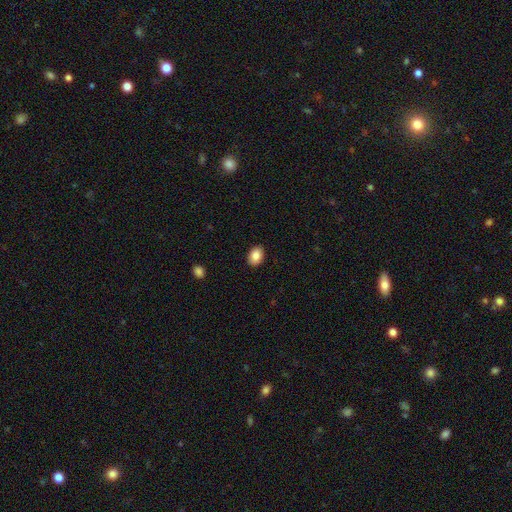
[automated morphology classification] smooth_or_featured: smooth (p=0.86) [alt: star or artifact p=0.08]
how_rounded: in between (p=0.77) [alt: round p=0.22]
merging: none (p=0.90) [alt: minor disturbance p=0.08]